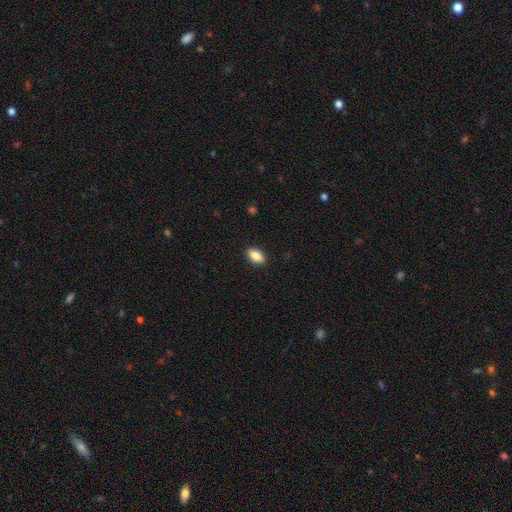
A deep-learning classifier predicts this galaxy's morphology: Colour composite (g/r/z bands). It shows a smooth galaxy with no disk features (86%) that is in between round and cigar-shaped (91%). Merging: none (90%).